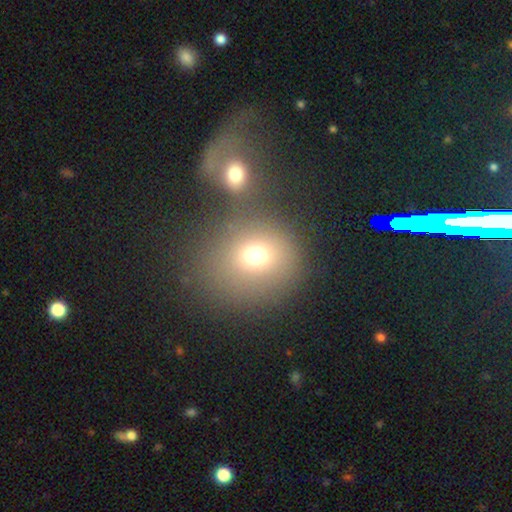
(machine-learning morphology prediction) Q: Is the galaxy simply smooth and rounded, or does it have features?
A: smooth — 71%.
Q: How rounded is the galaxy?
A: round — 72%.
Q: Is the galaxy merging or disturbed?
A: none — 58%.